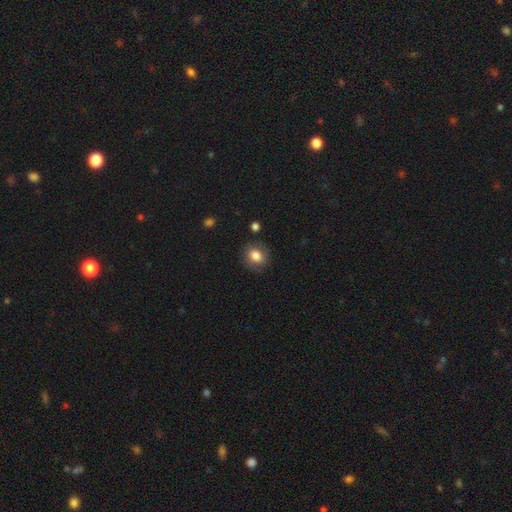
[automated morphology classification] Smooth or featured: smooth — 81% (featured or disk — 10%)
How rounded: round — 57% (in between — 42%)
Merging: none — 82% (minor disturbance — 12%)